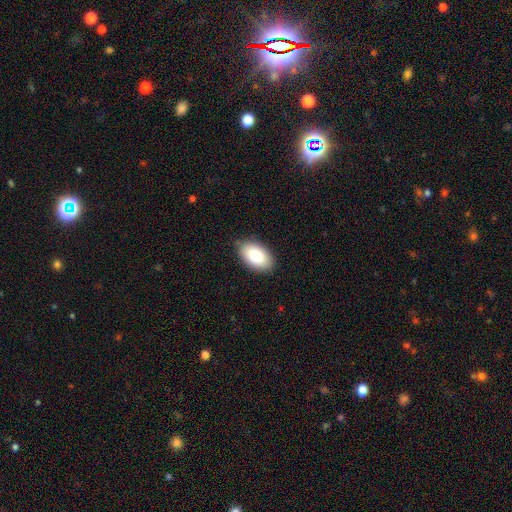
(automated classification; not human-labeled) Q: Smooth or featured?
A: smooth (86%); runner-up: featured or disk (7%)
Q: How rounded?
A: in between (95%); runner-up: round (4%)
Q: Merging?
A: none (84%); runner-up: minor disturbance (12%)